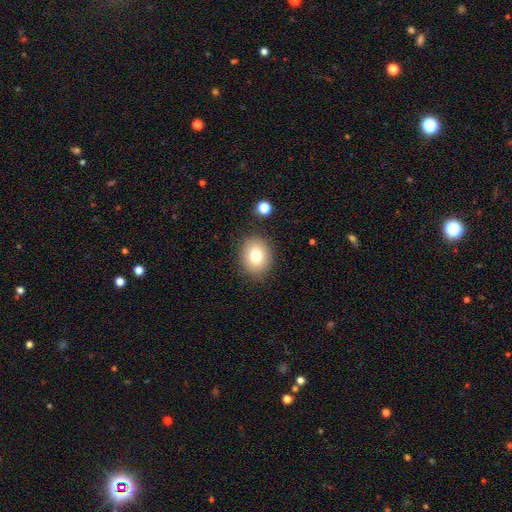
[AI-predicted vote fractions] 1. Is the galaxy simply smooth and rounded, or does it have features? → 78% smooth, 12% featured or disk, 10% star or artifact.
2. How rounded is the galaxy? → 56% round, 43% in between, 1% cigar-shaped.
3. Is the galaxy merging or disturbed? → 86% none, 9% minor disturbance, 3% major disturbance, 2% merger.